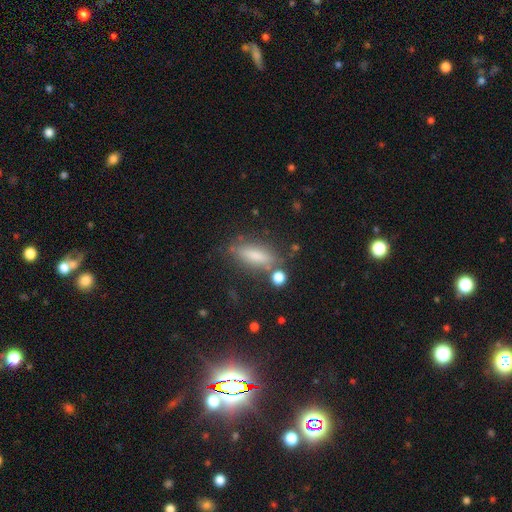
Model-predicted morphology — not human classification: type=smooth (73%); roundness=in between (55%); merging=none (70%).